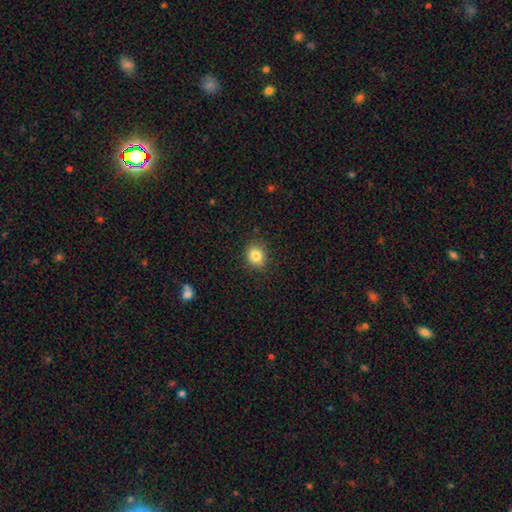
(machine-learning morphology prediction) type=smooth (83%); roundness=round (73%); merging=none (86%).